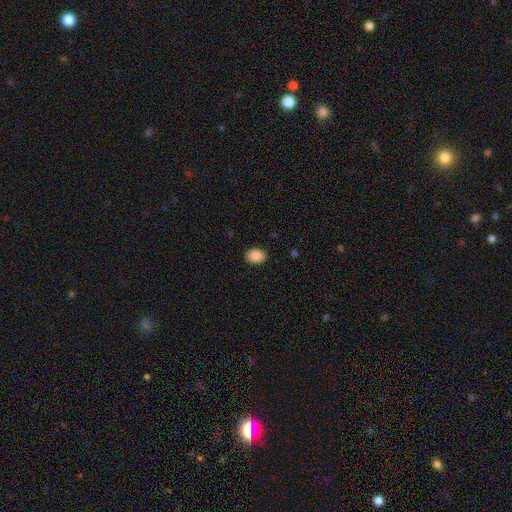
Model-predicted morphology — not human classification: This appears to be a smooth galaxy with no disk features (89%) that is in between round and cigar-shaped (69%). Merging: none (89%).